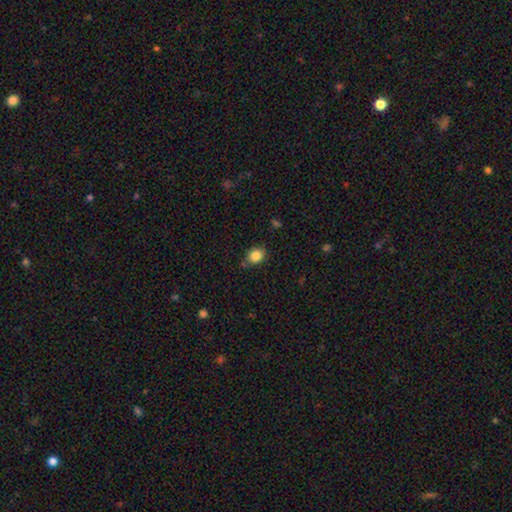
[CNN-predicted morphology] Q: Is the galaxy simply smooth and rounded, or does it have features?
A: smooth — 85%.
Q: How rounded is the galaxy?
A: round — 59%.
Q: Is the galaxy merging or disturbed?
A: none — 75%.